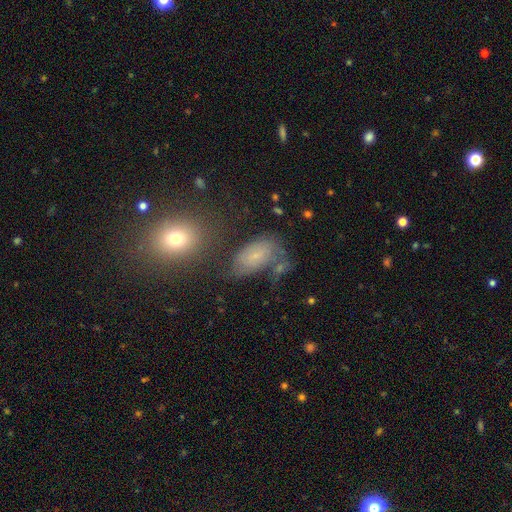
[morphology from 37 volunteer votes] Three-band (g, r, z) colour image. It shows a smooth galaxy with no disk features (59%) that is in between round and cigar-shaped (91%). Merging: merger (38%).